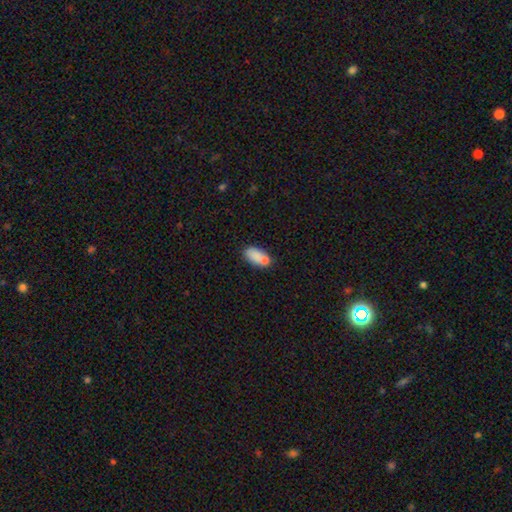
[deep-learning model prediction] Smooth or featured?
  - smooth: 79% *
  - featured or disk: 12%
  - star or artifact: 9%
How rounded?
  - in between: 89% *
  - round: 6%
  - cigar-shaped: 5%
Merging?
  - none: 52% *
  - merger: 24%
  - minor disturbance: 18%
  - major disturbance: 6%